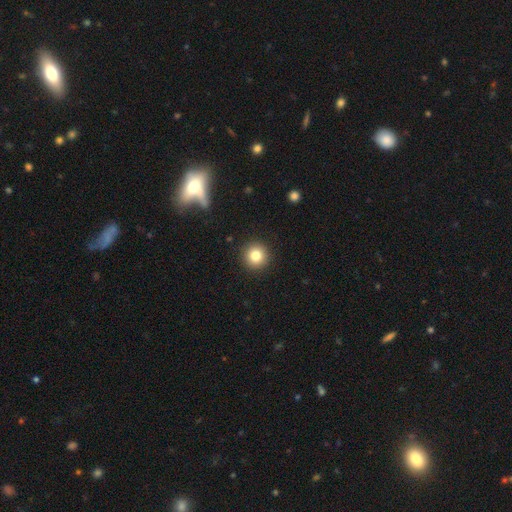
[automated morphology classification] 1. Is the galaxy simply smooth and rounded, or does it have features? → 81% smooth, 11% star or artifact, 7% featured or disk.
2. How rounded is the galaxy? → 95% round, 4% in between, 1% cigar-shaped.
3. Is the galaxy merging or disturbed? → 92% none, 5% minor disturbance, 2% major disturbance, 1% merger.